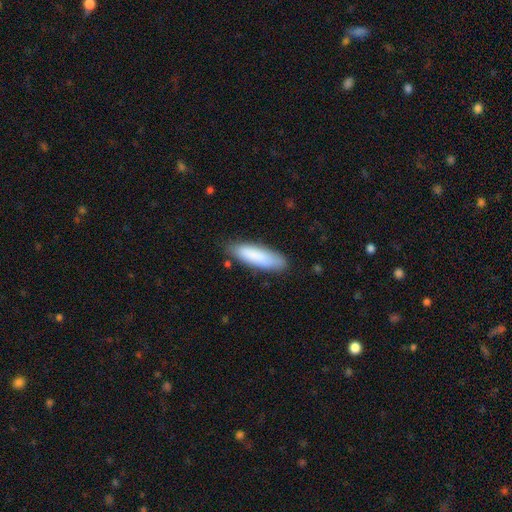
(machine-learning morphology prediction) Q: Smooth or featured?
A: smooth (85%); runner-up: featured or disk (9%)
Q: How rounded?
A: cigar-shaped (55%); runner-up: in between (43%)
Q: Merging?
A: none (81%); runner-up: minor disturbance (14%)